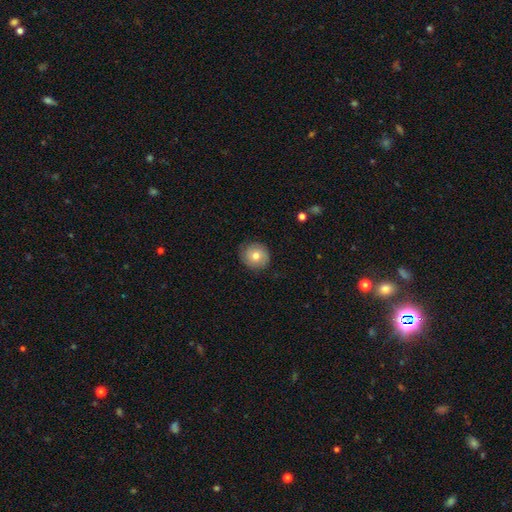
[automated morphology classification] smooth 72%, featured or disk 20%, star or artifact 9%. Down the decision tree: how rounded — round (90%); merging — none (83%).